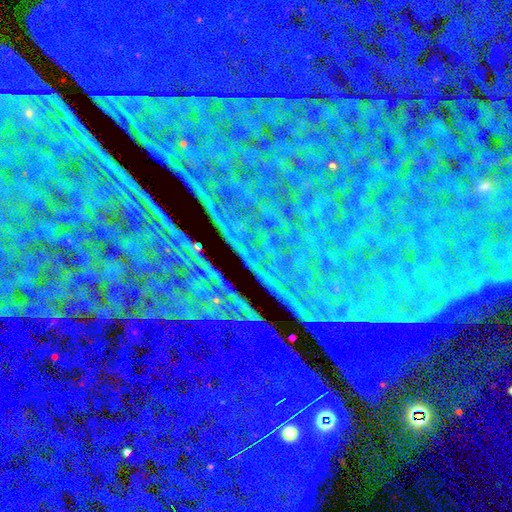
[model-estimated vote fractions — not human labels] smooth-or-featured: star or artifact: 87% | smooth: 7% | featured or disk: 6%